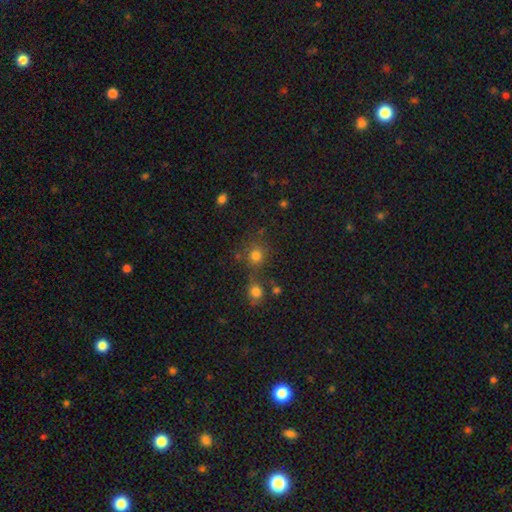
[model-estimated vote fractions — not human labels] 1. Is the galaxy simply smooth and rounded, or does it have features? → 77% smooth, 16% star or artifact, 7% featured or disk.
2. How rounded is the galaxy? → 87% round, 12% in between, 1% cigar-shaped.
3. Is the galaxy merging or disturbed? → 63% none, 21% merger, 11% minor disturbance, 6% major disturbance.